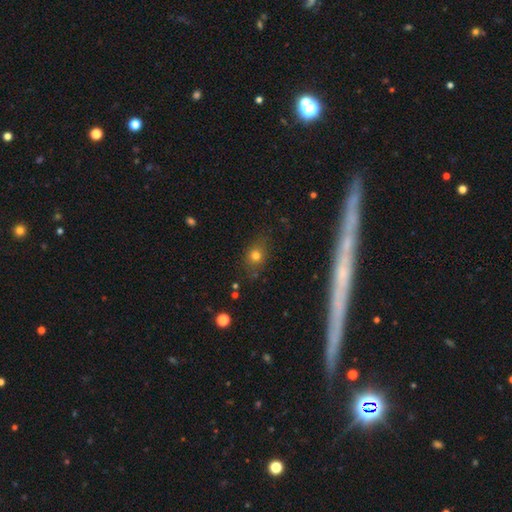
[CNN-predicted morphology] Q: Smooth or featured?
A: smooth (73%); runner-up: star or artifact (17%)
Q: How rounded?
A: round (58%); runner-up: in between (39%)
Q: Merging?
A: none (77%); runner-up: minor disturbance (15%)